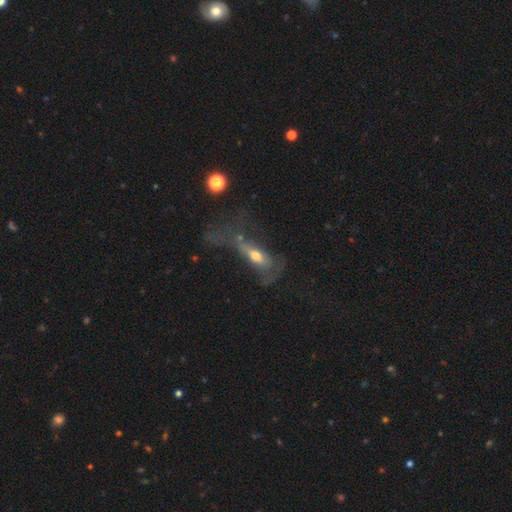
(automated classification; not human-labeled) Q: Smooth or featured?
A: smooth (47%); runner-up: featured or disk (44%)
Q: Merging?
A: major disturbance (52%); runner-up: none (23%)